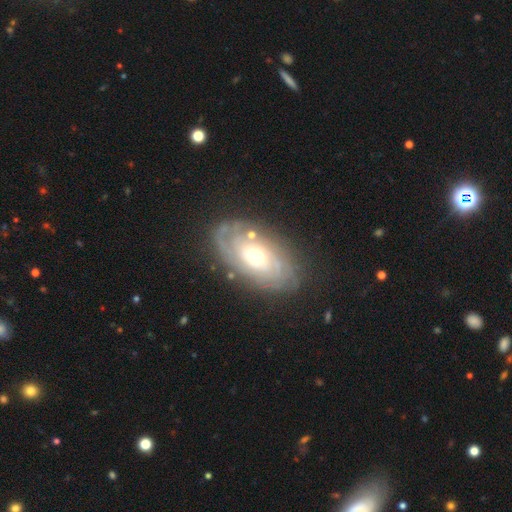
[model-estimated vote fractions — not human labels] This is clearly a featured or disk galaxy (80%). It is clearly not viewed edge-on (93%). Bar: likely no (74%). Spiral arm pattern: clearly yes (88%). Spiral arm count: marginally can't tell (41%). Spiral winding: likely tight (73%). Central bulge: likely moderate (72%). Merging: likely none (77%).